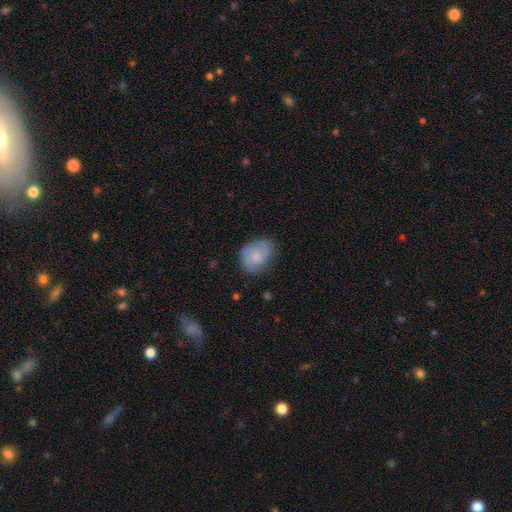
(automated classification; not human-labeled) Smooth or featured: smooth — 62% (featured or disk — 30%)
How rounded: round — 52% (in between — 47%)
Merging: none — 65% (minor disturbance — 25%)